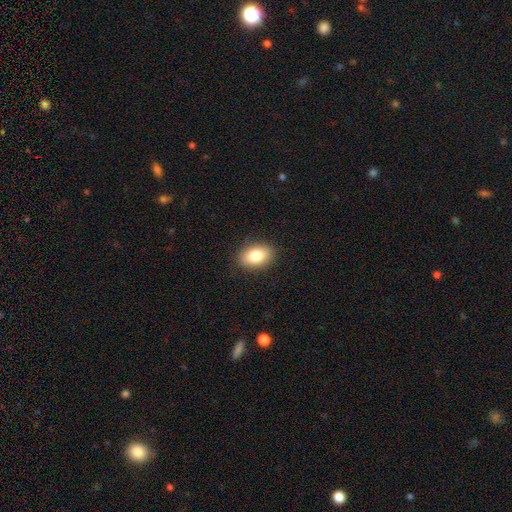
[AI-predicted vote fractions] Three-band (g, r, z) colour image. It shows a smooth galaxy with no disk features (82%) that is in between round and cigar-shaped (86%). Merging: none (88%).